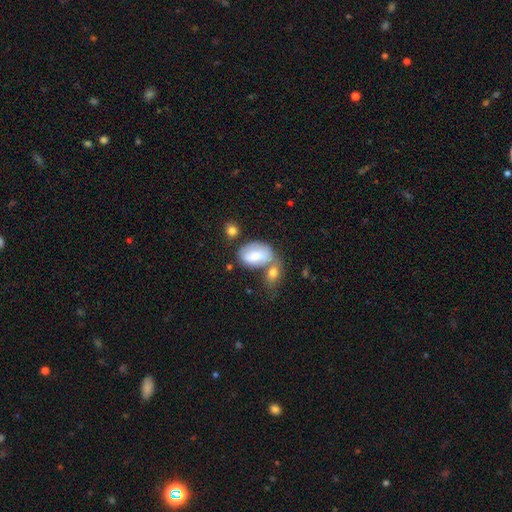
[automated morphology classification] This appears to be a smooth galaxy with no disk features (72%) that is in between round and cigar-shaped (89%). Merging: merger (40%).